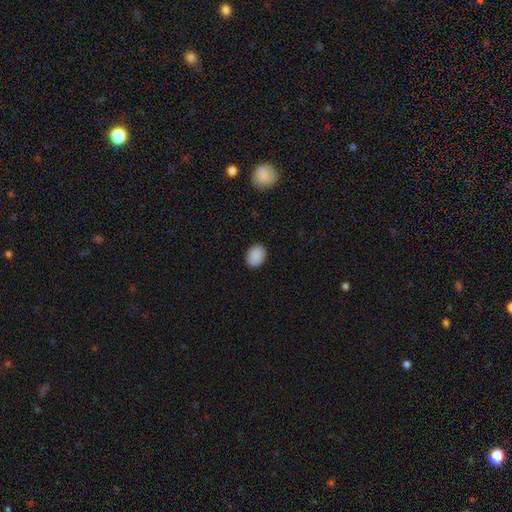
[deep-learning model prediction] Q: Smooth or featured?
A: smooth (89%); runner-up: star or artifact (8%)
Q: How rounded?
A: in between (64%); runner-up: round (35%)
Q: Merging?
A: none (88%); runner-up: minor disturbance (9%)